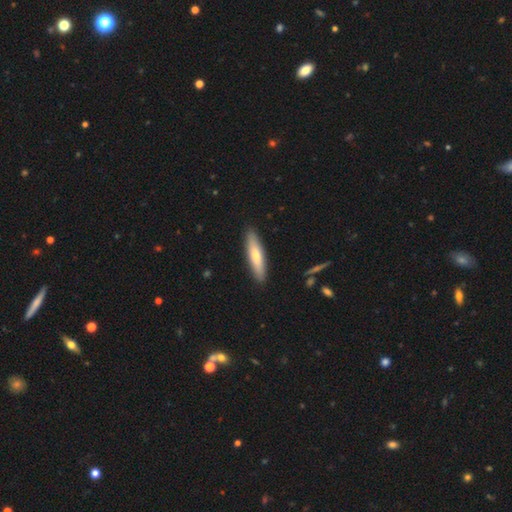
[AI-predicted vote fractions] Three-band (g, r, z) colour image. It shows a smooth galaxy with no disk features (63%) that is cigar-shaped (76%). Merging: none (89%).